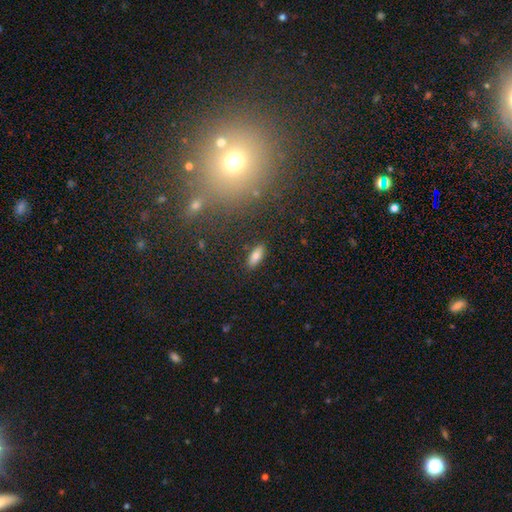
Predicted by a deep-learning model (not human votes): Smooth or featured: smooth — 80% (featured or disk — 11%)
How rounded: in between — 76% (cigar-shaped — 21%)
Merging: none — 87% (minor disturbance — 9%)